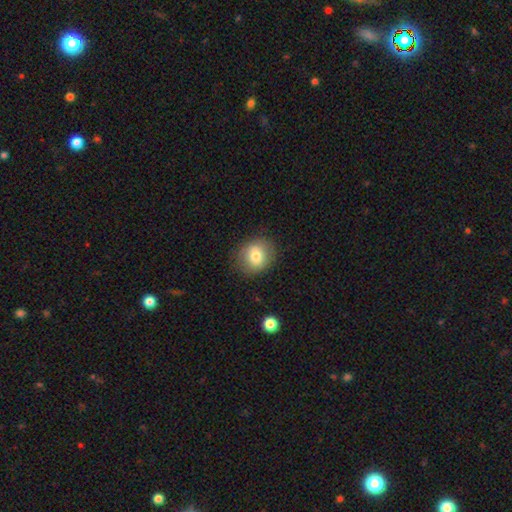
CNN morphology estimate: Q: Smooth or featured?
A: smooth (78%); runner-up: featured or disk (13%)
Q: How rounded?
A: round (69%); runner-up: in between (30%)
Q: Merging?
A: none (84%); runner-up: minor disturbance (11%)